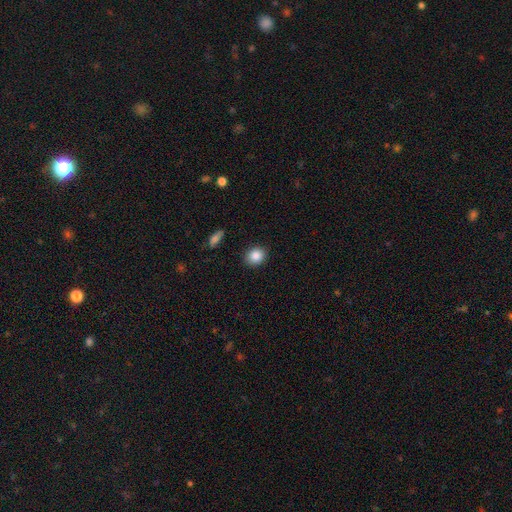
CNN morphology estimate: Smooth or featured: smooth — 87% (star or artifact — 9%)
How rounded: round — 69% (in between — 30%)
Merging: none — 89% (minor disturbance — 8%)